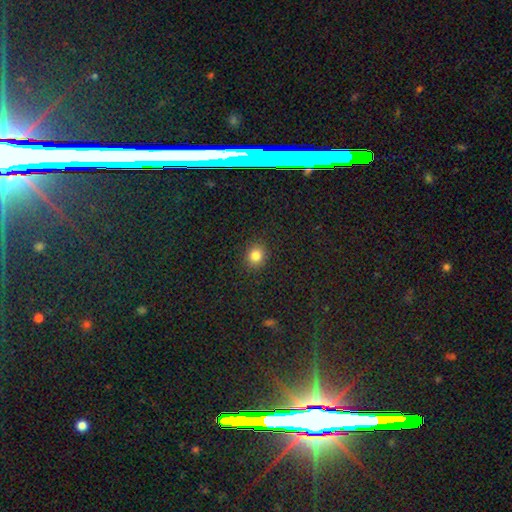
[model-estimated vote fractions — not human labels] smooth 82%, star or artifact 12%, featured or disk 5%. Down the decision tree: how rounded — round (80%); merging — none (90%).